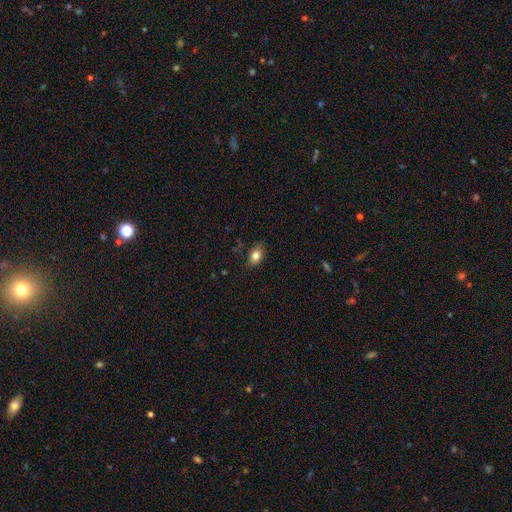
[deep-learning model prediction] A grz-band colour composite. It shows a smooth galaxy with no disk features (83%) that is in between round and cigar-shaped (84%). Merging: none (80%).